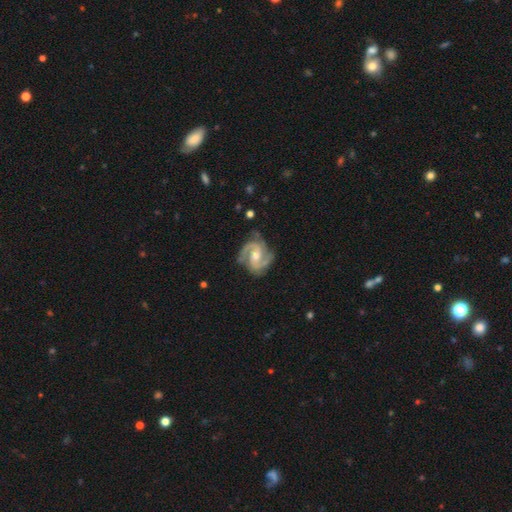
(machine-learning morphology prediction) Smooth or featured?
  - featured or disk: 93% *
  - star or artifact: 4%
  - smooth: 4%
Edge-on disk?
  - no: 98% *
  - yes: 2%
Bar?
  - weak: 44% *
  - no: 38%
  - strong: 19%
Spiral arms?
  - yes: 98% *
  - no: 2%
Spiral winding?
  - medium: 56% *
  - tight: 34%
  - loose: 10%
Spiral arm count?
  - 2: 61% *
  - 3: 27%
  - can't tell: 4%
  - 4: 3%
  - 1: 2%
  - more than 4: 2%
Bulge size?
  - moderate: 58% *
  - small: 39%
  - large: 2%
  - none: 1%
  - dominant: 1%
Merging?
  - none: 73% *
  - minor disturbance: 19%
  - major disturbance: 6%
  - merger: 2%